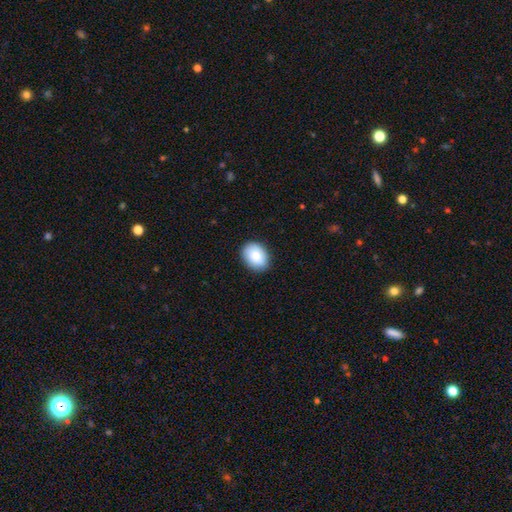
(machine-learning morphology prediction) Smooth or featured? smooth (86%)
How rounded? in between (72%)
Merging? none (86%)